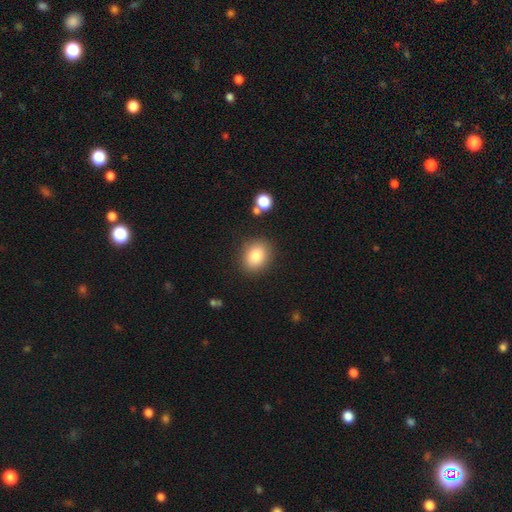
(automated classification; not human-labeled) The model was most divided on "how rounded": round: 57%, in between: 42%, cigar-shaped: 1%. More confident: merging — none (85%); smooth or featured — smooth (82%).